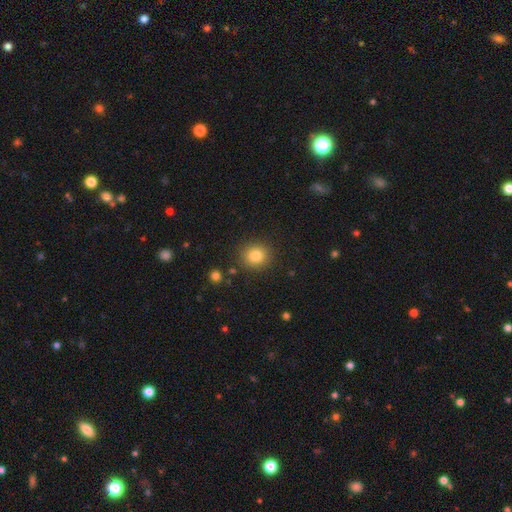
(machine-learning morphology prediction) smooth_or_featured: smooth (p=0.83) [alt: star or artifact p=0.11]
how_rounded: round (p=0.85) [alt: in between p=0.14]
merging: none (p=0.87) [alt: minor disturbance p=0.08]